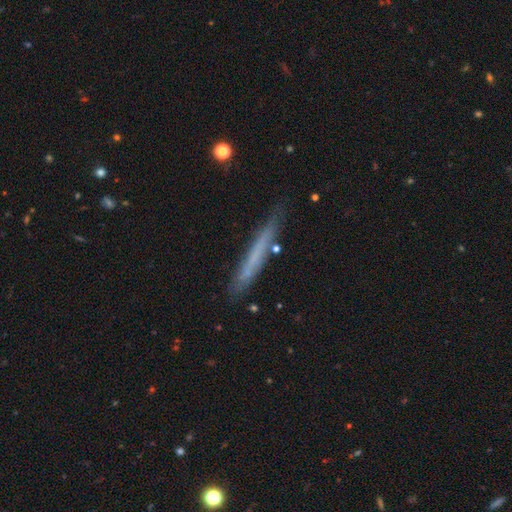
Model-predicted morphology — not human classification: Smooth or featured? Predicted: smooth (p=0.53). How rounded? Predicted: cigar-shaped (p=0.96). Merging? Predicted: none (p=0.78).